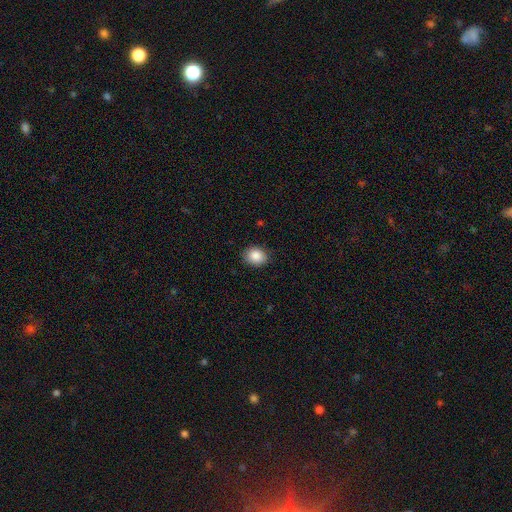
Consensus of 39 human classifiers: Smooth or featured: smooth — 82% (featured or disk — 10%)
How rounded: round — 53% (in between — 47%)
Merging: none — 81% (minor disturbance — 17%)